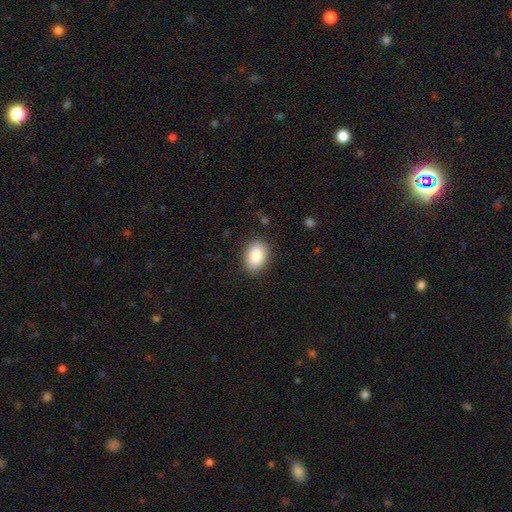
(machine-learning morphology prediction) A smooth galaxy with no disk features (85%) that is in between round and cigar-shaped (81%).

Vote fractions:
- Smooth or featured? smooth: 85% / featured or disk: 8% / star or artifact: 7%
- How rounded? in between: 81% / round: 18% / cigar-shaped: 1%
- Merging? none: 85% / minor disturbance: 11% / major disturbance: 3% / merger: 1%